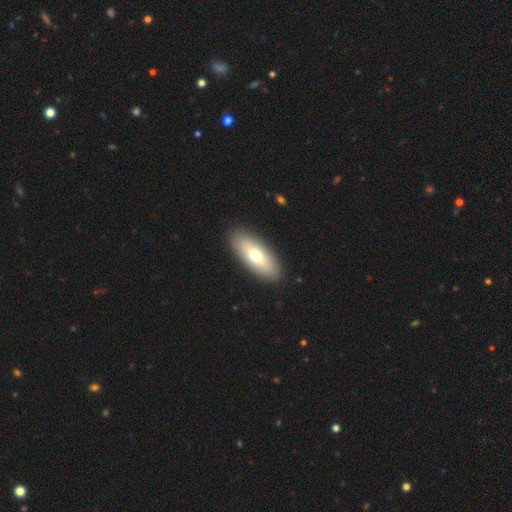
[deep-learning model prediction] Morphology: type=smooth (65%); roundness=in between (78%); merging=none (90%).